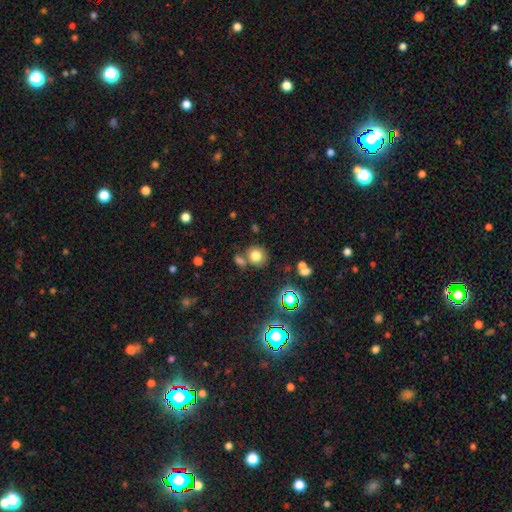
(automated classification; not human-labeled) smooth 75%, star or artifact 16%, featured or disk 9%. Down the decision tree: how rounded — round (83%); merging — none (66%).